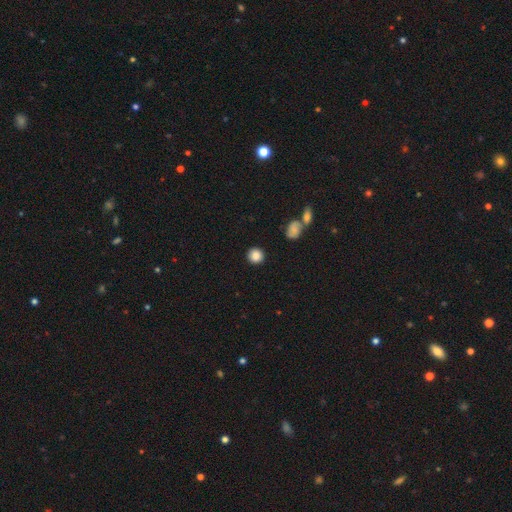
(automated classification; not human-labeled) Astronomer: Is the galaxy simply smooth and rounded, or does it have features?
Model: smooth — 86%.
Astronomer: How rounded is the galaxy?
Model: round — 93%.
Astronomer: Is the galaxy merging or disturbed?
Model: none — 90%.